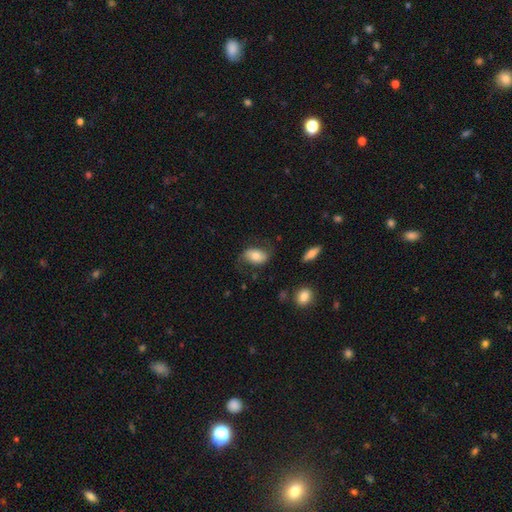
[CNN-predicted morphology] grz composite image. It shows a smooth galaxy with no disk features (65%) that is in between round and cigar-shaped (88%). Merging: none (65%).